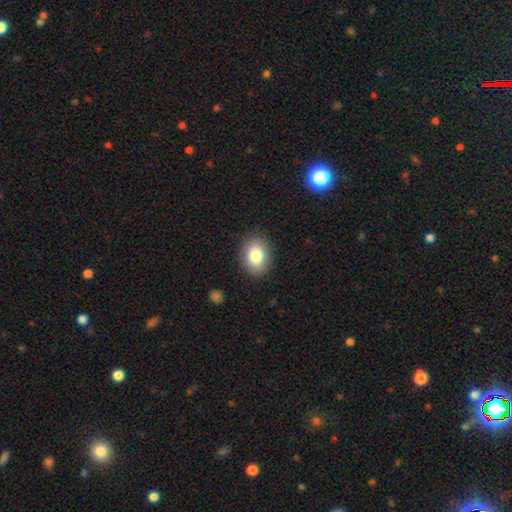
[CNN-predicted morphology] A smooth galaxy with no disk features (83%) that is in between round and cigar-shaped (69%). Merging: none (88%).